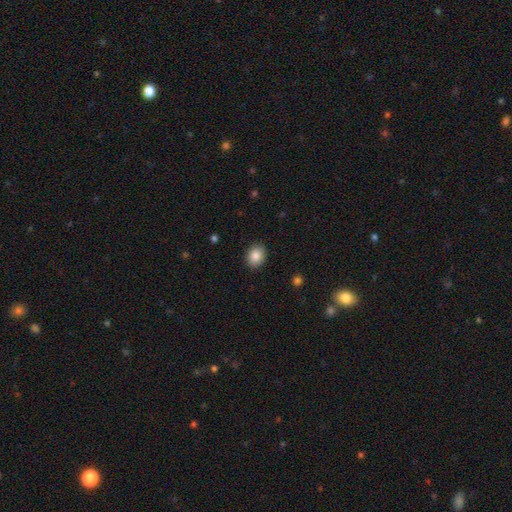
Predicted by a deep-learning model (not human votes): A smooth galaxy with no disk features (87%) that is in between round and cigar-shaped (55%). Merging: none (90%).